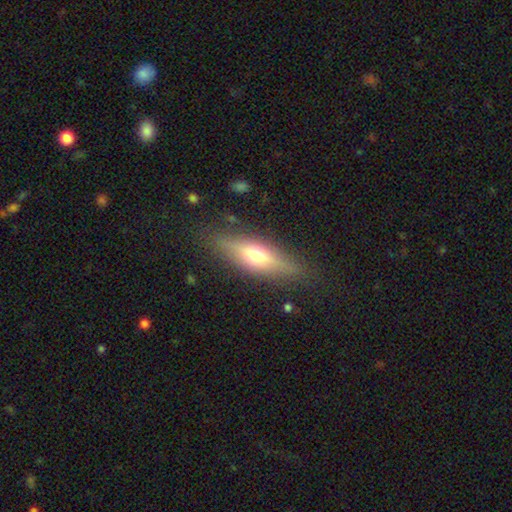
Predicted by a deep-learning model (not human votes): Smooth or featured? Predicted: smooth (p=0.47). Merging? Predicted: none (p=0.83).